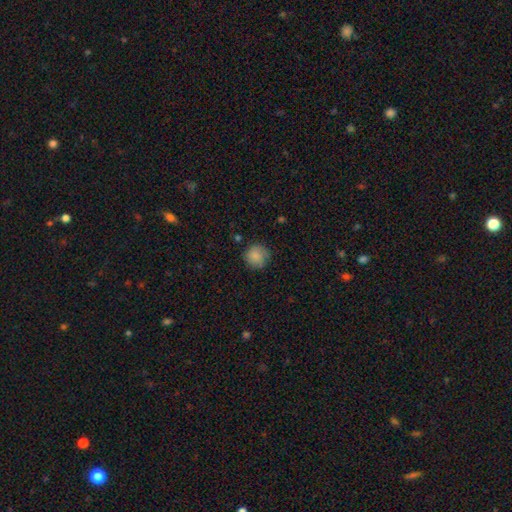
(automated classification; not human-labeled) Smooth or featured? Predicted: smooth (p=0.83). How rounded? Predicted: round (p=0.91). Merging? Predicted: none (p=0.76).